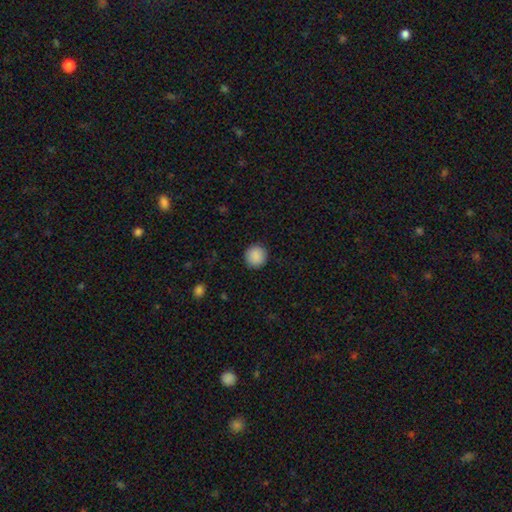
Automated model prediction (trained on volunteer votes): smooth_or_featured: smooth (p=0.90) [alt: star or artifact p=0.08]
how_rounded: round (p=0.95) [alt: in between p=0.04]
merging: none (p=0.92) [alt: minor disturbance p=0.05]